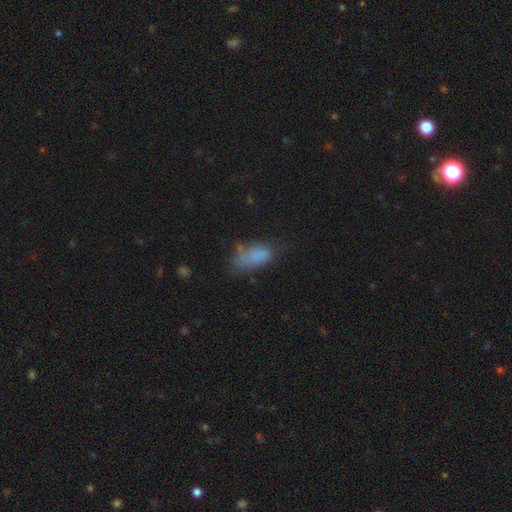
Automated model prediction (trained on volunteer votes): Smooth or featured?
  - smooth: 75% *
  - featured or disk: 13%
  - star or artifact: 12%
How rounded?
  - in between: 86% *
  - cigar-shaped: 11%
  - round: 4%
Merging?
  - none: 42% *
  - minor disturbance: 31%
  - major disturbance: 20%
  - merger: 6%